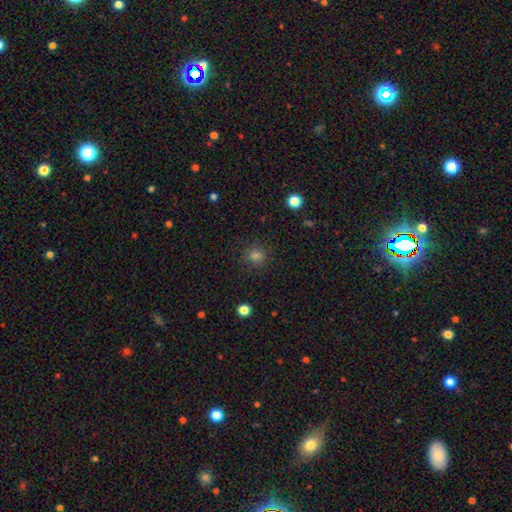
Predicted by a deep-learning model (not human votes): A smooth galaxy with no disk features (77%) that is round (85%). Merging: none (88%).